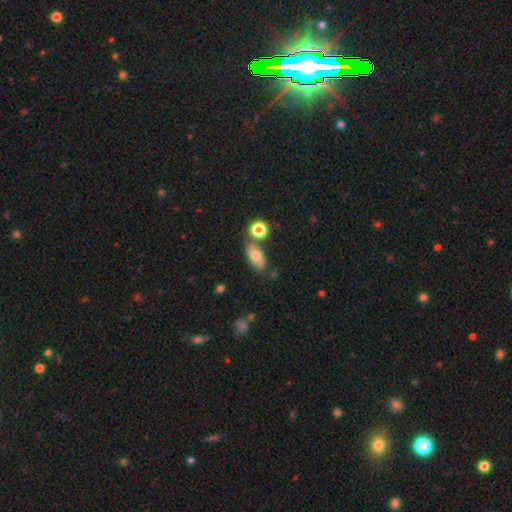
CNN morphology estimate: This appears to be a smooth galaxy with no disk features (75%) that is in between round and cigar-shaped (85%). Merging: none (67%).